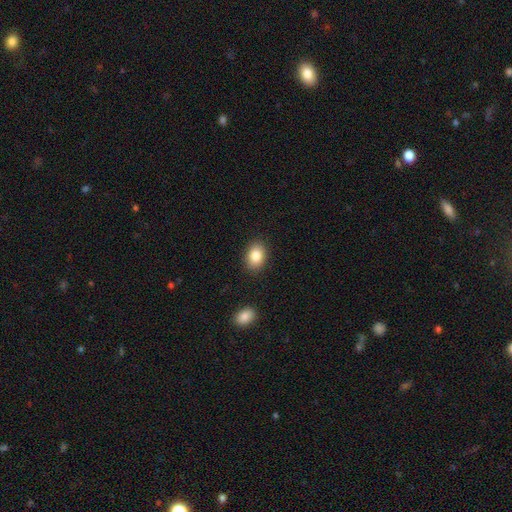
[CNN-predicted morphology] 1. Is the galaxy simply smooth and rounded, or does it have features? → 85% smooth, 8% star or artifact, 7% featured or disk.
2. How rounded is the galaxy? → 71% in between, 28% round, 1% cigar-shaped.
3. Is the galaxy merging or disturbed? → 87% none, 9% minor disturbance, 2% major disturbance, 2% merger.